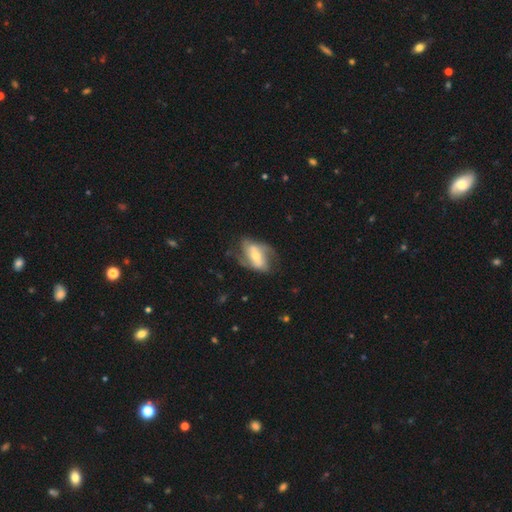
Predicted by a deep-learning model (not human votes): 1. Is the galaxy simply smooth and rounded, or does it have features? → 66% featured or disk, 27% smooth, 7% star or artifact.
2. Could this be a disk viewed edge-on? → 92% no, 8% yes.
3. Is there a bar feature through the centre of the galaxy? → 38% strong, 32% weak, 30% no.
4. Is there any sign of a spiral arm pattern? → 77% yes, 23% no.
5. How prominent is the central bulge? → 52% moderate, 38% small, 6% large, 2% none, 1% dominant.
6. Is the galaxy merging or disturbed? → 54% none, 25% minor disturbance, 18% major disturbance, 3% merger.